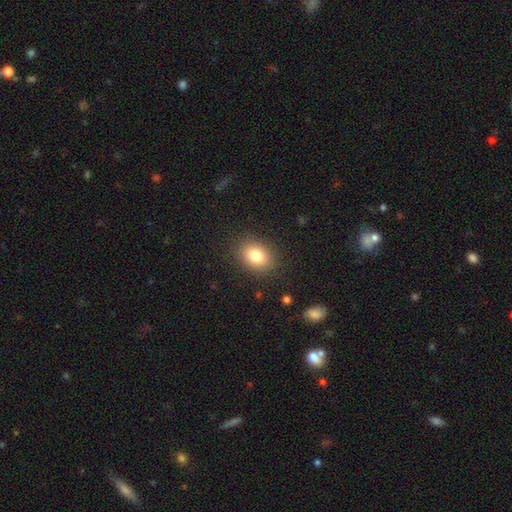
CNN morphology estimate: Overall: smooth (82%). How rounded: in between (63%; round 36%). Merging: none (86%).